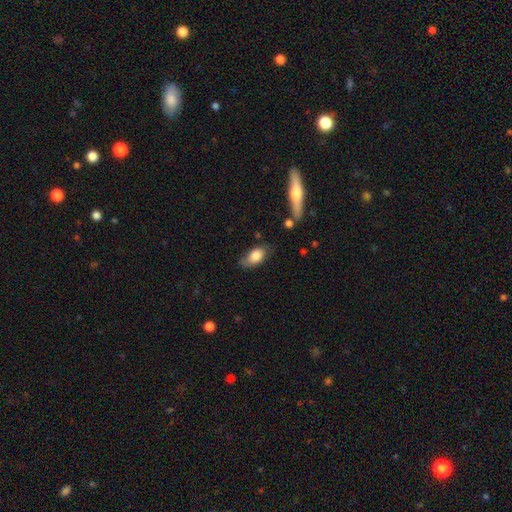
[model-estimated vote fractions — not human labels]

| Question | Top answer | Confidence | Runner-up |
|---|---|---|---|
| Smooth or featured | smooth | 77% | featured or disk (16%) |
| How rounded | in between | 88% | round (7%) |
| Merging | none | 55% | minor disturbance (31%) |